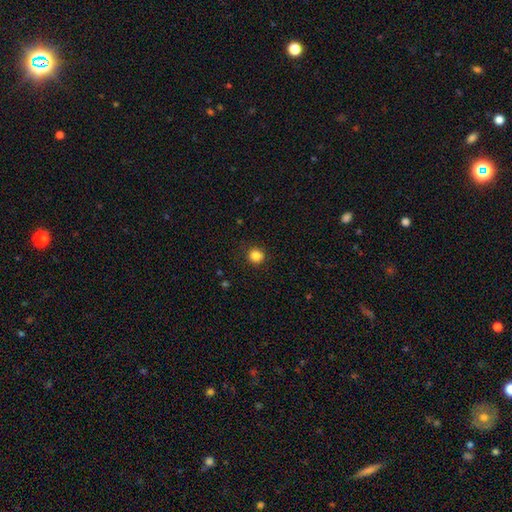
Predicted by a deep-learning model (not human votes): A smooth galaxy with no disk features (85%) that is round (90%). Merging: none (89%).